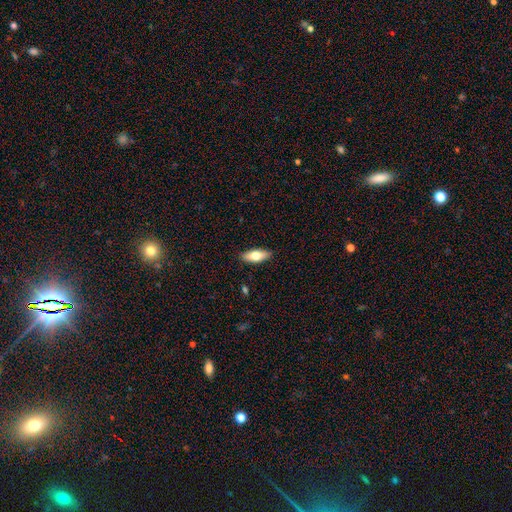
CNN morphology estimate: Smooth or featured? smooth (70%)
How rounded? in between (77%)
Merging? none (89%)